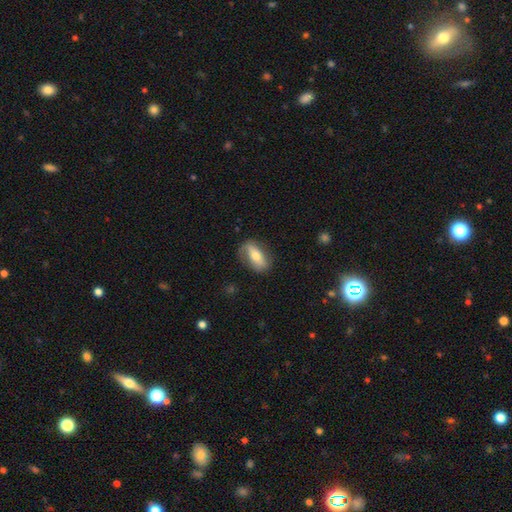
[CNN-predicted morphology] type=smooth (47%); merging=none (75%).